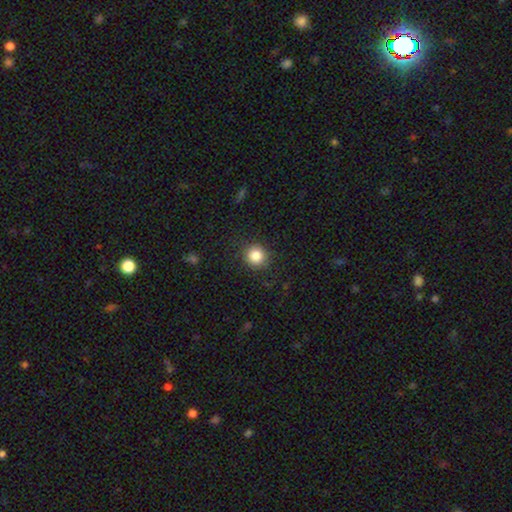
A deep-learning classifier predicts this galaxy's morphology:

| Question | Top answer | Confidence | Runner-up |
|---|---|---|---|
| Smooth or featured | smooth | 85% | star or artifact (10%) |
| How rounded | round | 91% | in between (8%) |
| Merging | none | 88% | minor disturbance (8%) |